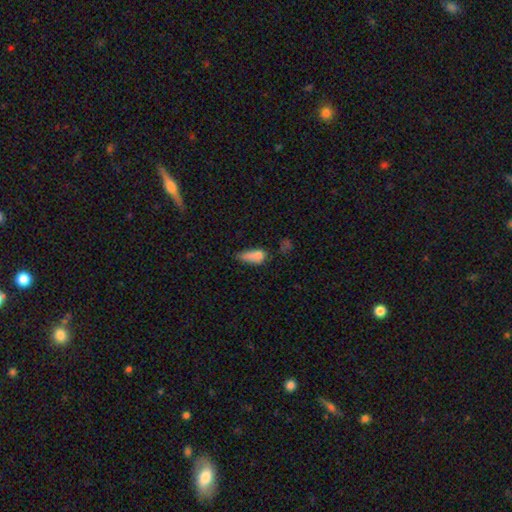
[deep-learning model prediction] A smooth galaxy with no disk features (75%) that is in between round and cigar-shaped (73%).

Vote fractions:
- Smooth or featured? smooth: 75% / featured or disk: 13% / star or artifact: 12%
- How rounded? in between: 73% / cigar-shaped: 21% / round: 6%
- Merging? minor disturbance: 32% / none: 29% / major disturbance: 26% / merger: 13%